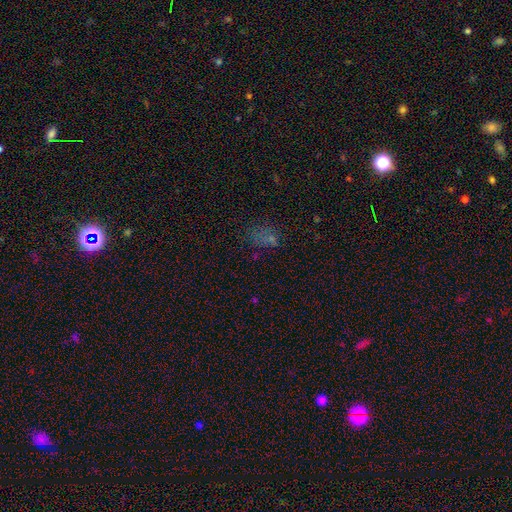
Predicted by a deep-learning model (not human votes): A smooth galaxy with no disk features (42%).

Vote fractions:
- Smooth or featured? smooth: 42% / star or artifact: 41% / featured or disk: 16%
- Merging? none: 50% / major disturbance: 21% / minor disturbance: 19% / merger: 10%